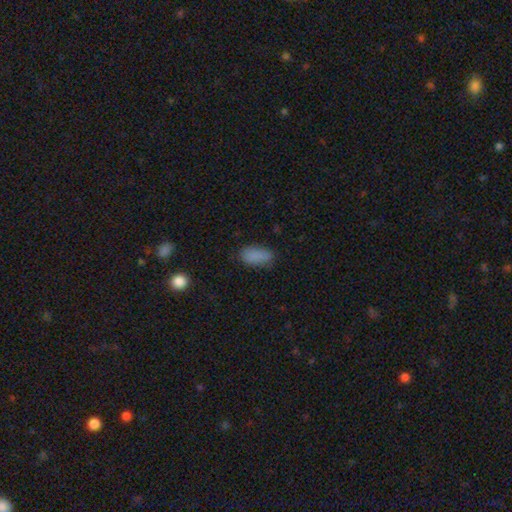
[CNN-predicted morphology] This is clearly a smooth galaxy (85%). How rounded: clearly in between (89%). Merging: likely none (75%).